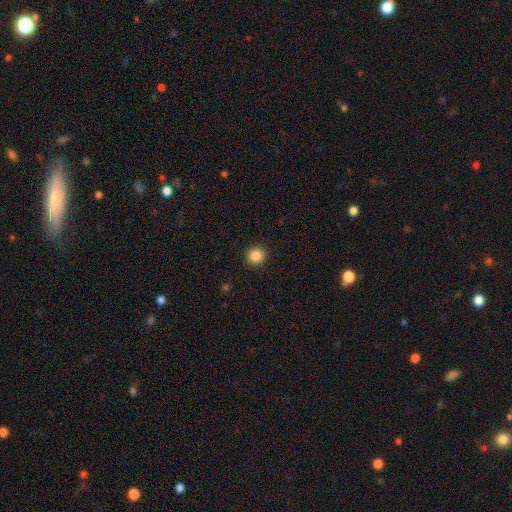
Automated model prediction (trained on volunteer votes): A smooth galaxy with no disk features (86%) that is round (92%). Merging: none (92%).